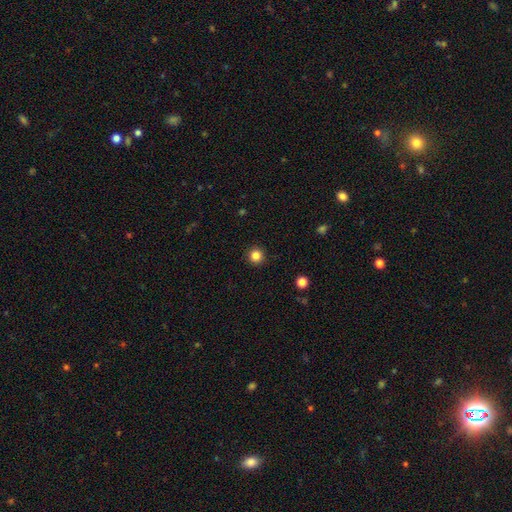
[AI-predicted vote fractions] smooth-or-featured: smooth: 84% | star or artifact: 12% | featured or disk: 4%
  how-rounded: round: 96% | in between: 3% | cigar-shaped: 1%
  merging: none: 93% | minor disturbance: 4% | major disturbance: 2% | merger: 1%